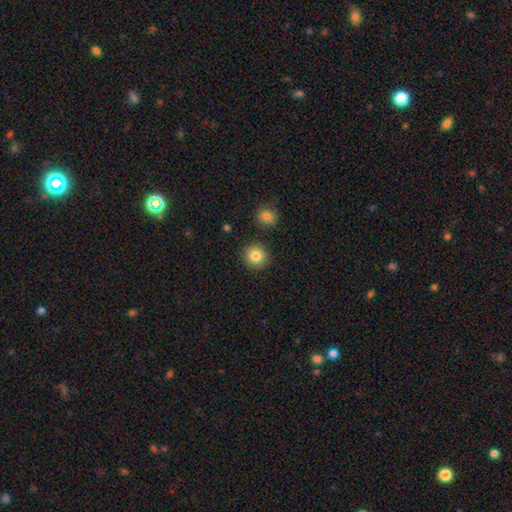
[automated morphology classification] Smooth or featured?
  - smooth: 84% *
  - star or artifact: 10%
  - featured or disk: 6%
How rounded?
  - round: 91% *
  - in between: 8%
  - cigar-shaped: 1%
Merging?
  - none: 88% *
  - minor disturbance: 7%
  - merger: 3%
  - major disturbance: 2%